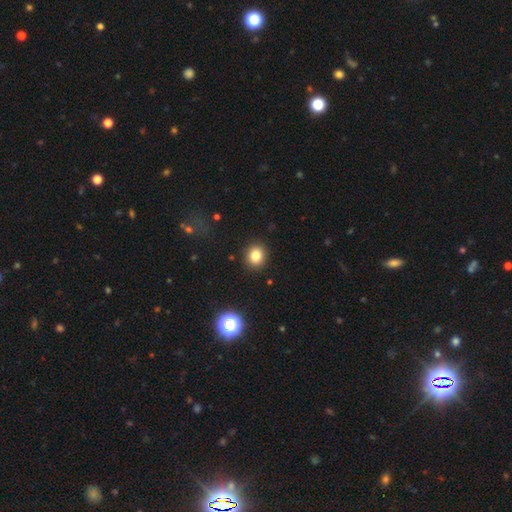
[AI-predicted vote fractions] Smooth or featured: smooth — 82% (star or artifact — 12%)
How rounded: round — 76% (in between — 23%)
Merging: none — 90% (minor disturbance — 7%)